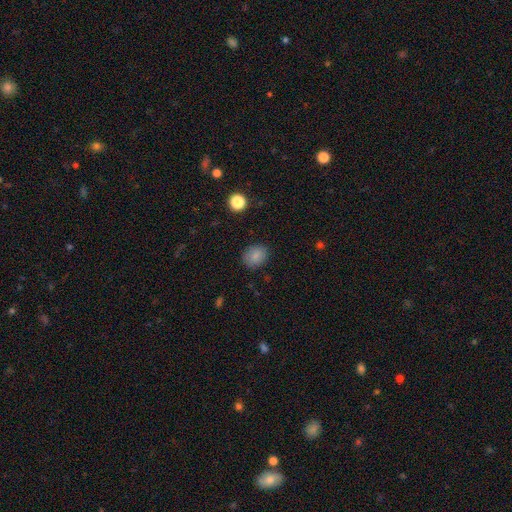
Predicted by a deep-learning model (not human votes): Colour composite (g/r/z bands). It shows a smooth galaxy with no disk features (84%) that is round (55%). Merging: none (85%).